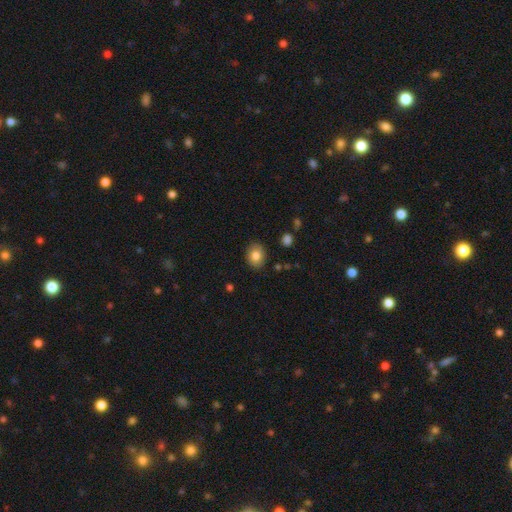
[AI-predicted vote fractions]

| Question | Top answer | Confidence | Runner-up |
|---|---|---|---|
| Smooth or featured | smooth | 82% | featured or disk (9%) |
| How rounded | in between | 53% | round (46%) |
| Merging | none | 88% | minor disturbance (8%) |